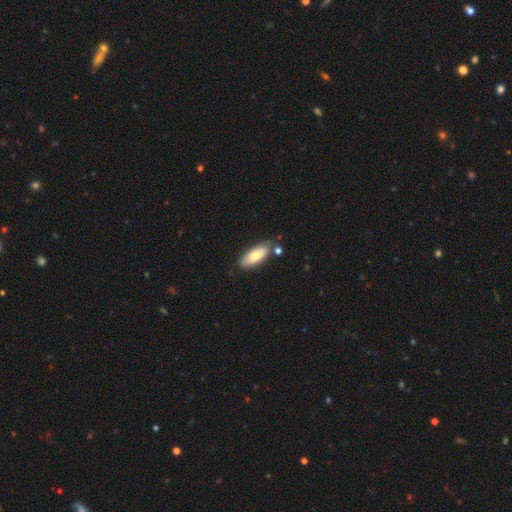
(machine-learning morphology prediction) The model was most divided on "smooth or featured": smooth: 70%, featured or disk: 24%, star or artifact: 6%. More confident: how rounded — in between (79%); merging — none (73%).